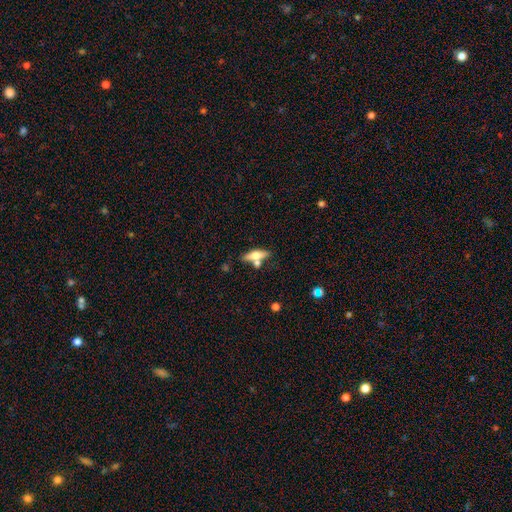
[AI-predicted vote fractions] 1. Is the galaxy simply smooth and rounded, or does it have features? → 53% smooth, 40% featured or disk, 7% star or artifact.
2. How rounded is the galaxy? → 55% cigar-shaped, 42% in between, 3% round.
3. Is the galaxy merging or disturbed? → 61% none, 22% merger, 13% minor disturbance, 4% major disturbance.